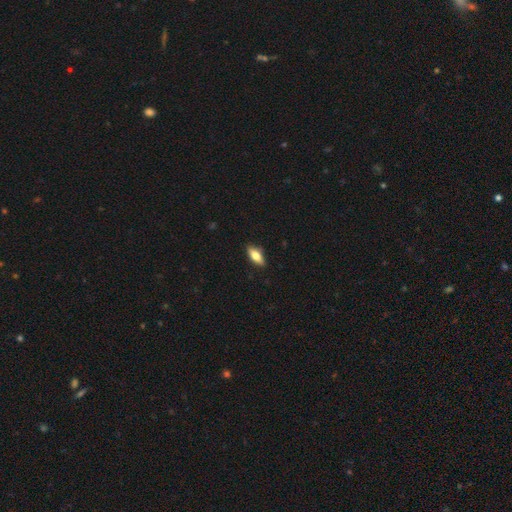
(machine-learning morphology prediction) Smooth or featured? smooth (72%)
How rounded? in between (79%)
Merging? none (88%)